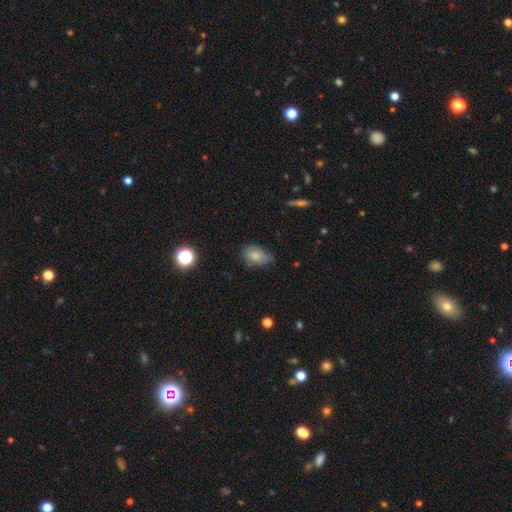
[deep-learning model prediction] smooth 81%, featured or disk 10%, star or artifact 9%. Down the decision tree: how rounded — in between (82%); merging — none (66%).